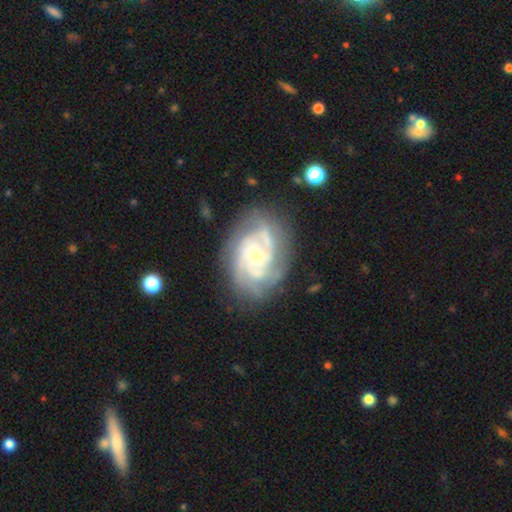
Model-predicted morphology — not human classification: Q: Smooth or featured?
A: featured or disk (86%); runner-up: smooth (9%)
Q: Edge-on disk?
A: no (97%); runner-up: yes (3%)
Q: Bar?
A: no (70%); runner-up: weak (24%)
Q: Spiral arms?
A: yes (95%); runner-up: no (5%)
Q: Spiral winding?
A: tight (60%); runner-up: medium (33%)
Q: Spiral arm count?
A: 3 (32%); runner-up: 2 (26%)
Q: Bulge size?
A: small (60%); runner-up: moderate (34%)
Q: Merging?
A: none (72%); runner-up: minor disturbance (18%)